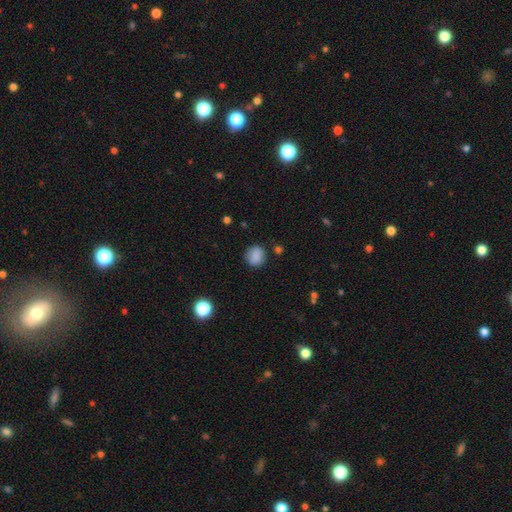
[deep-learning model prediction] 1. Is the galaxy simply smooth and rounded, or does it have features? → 86% smooth, 10% star or artifact, 5% featured or disk.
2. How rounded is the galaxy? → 81% round, 18% in between, 1% cigar-shaped.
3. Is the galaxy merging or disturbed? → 83% none, 11% minor disturbance, 3% major disturbance, 2% merger.